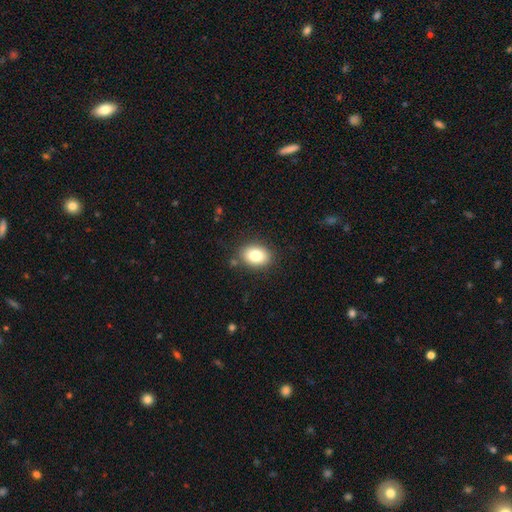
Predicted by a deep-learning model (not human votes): Q: Smooth or featured?
A: smooth (82%); runner-up: featured or disk (9%)
Q: How rounded?
A: in between (71%); runner-up: round (28%)
Q: Merging?
A: none (85%); runner-up: minor disturbance (10%)